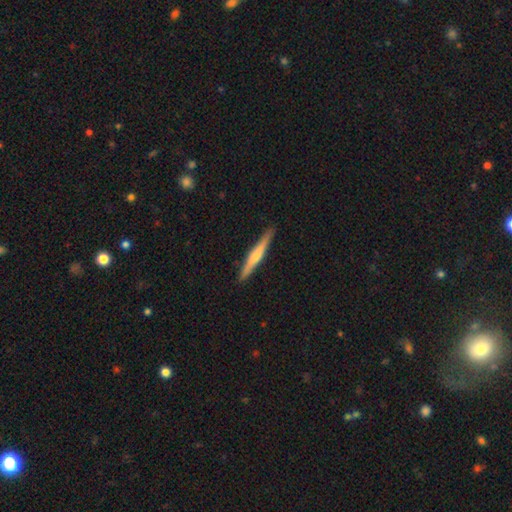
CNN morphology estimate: Smooth or featured: featured or disk — 50% (smooth — 44%)
Edge-on disk: yes — 97% (no — 3%)
Merging: none — 90% (minor disturbance — 7%)